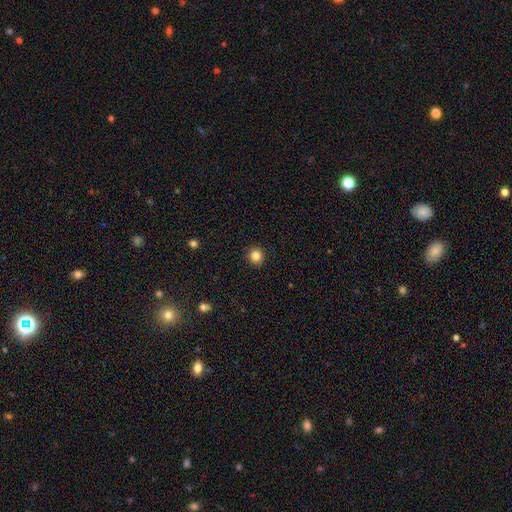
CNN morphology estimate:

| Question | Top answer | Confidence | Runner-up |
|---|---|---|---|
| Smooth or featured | smooth | 84% | star or artifact (11%) |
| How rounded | round | 88% | in between (11%) |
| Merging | none | 91% | minor disturbance (6%) |